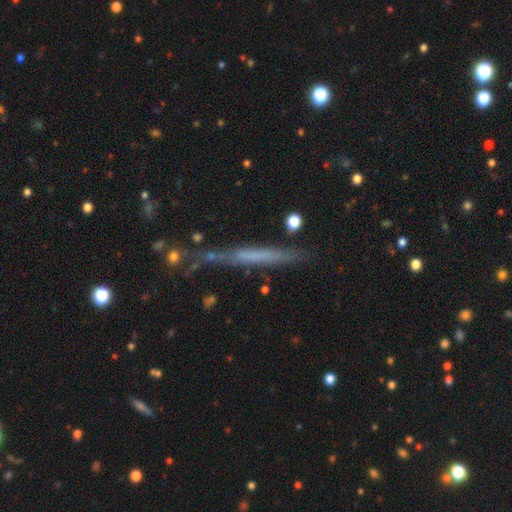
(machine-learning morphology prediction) Smooth or featured?
  - featured or disk: 46% *
  - smooth: 44%
  - star or artifact: 9%
Merging?
  - none: 71% *
  - minor disturbance: 18%
  - major disturbance: 6%
  - merger: 5%